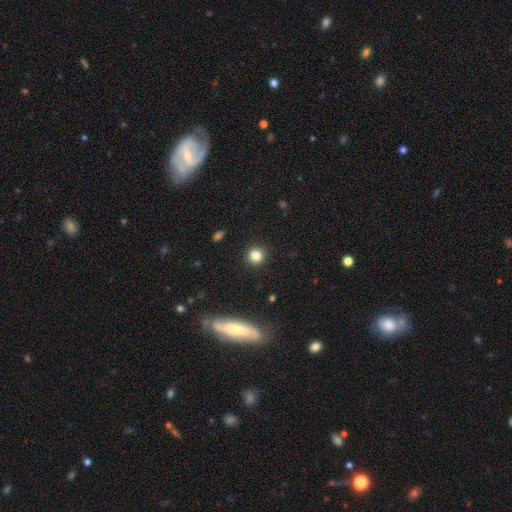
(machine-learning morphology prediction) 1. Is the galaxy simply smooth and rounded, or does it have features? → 82% smooth, 12% star or artifact, 6% featured or disk.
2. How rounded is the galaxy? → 92% round, 7% in between, 1% cigar-shaped.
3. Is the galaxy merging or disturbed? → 91% none, 6% minor disturbance, 2% major disturbance, 1% merger.